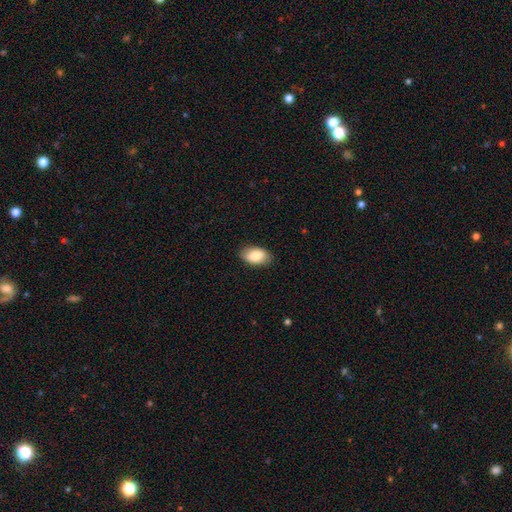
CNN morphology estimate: Smooth or featured? Predicted: smooth (p=0.84). How rounded? Predicted: in between (p=0.93). Merging? Predicted: none (p=0.86).